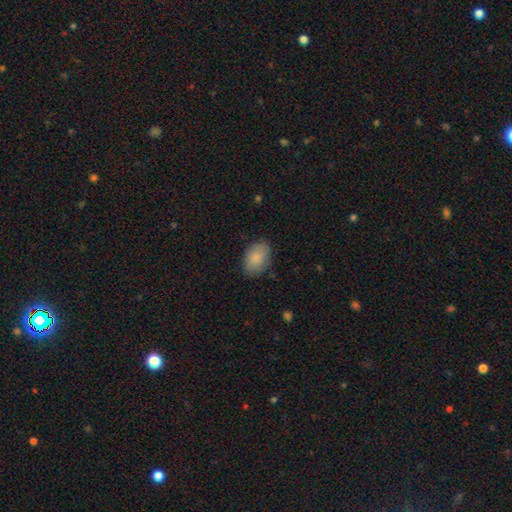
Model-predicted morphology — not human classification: Smooth or featured? smooth (87%)
How rounded? in between (87%)
Merging? none (82%)